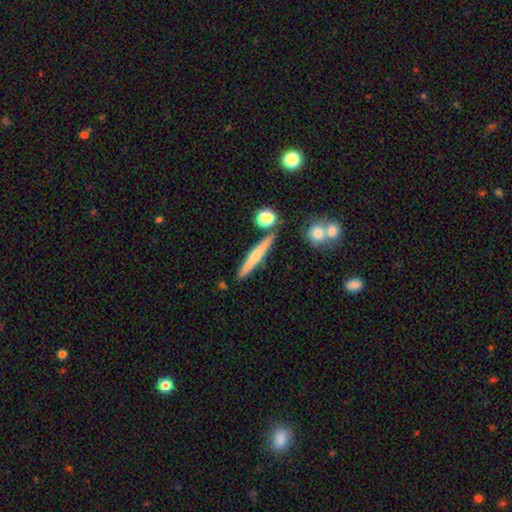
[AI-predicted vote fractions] smooth-or-featured: smooth: 51% | featured or disk: 42% | star or artifact: 7%
  how-rounded: cigar-shaped: 90% | in between: 7% | round: 3%
  merging: none: 82% | minor disturbance: 9% | merger: 6% | major disturbance: 2%